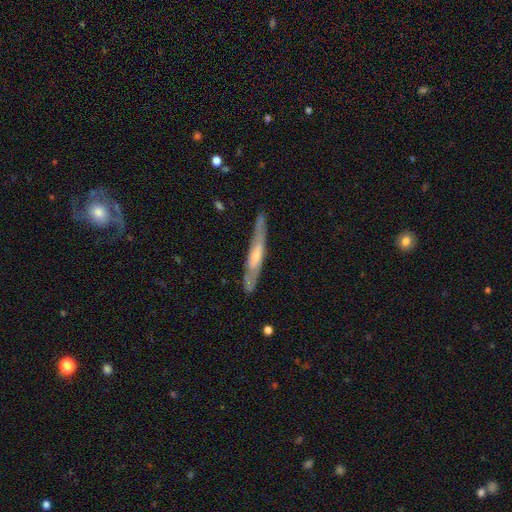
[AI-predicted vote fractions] Q: Smooth or featured?
A: featured or disk (71%); runner-up: smooth (22%)
Q: Edge-on disk?
A: yes (88%); runner-up: no (12%)
Q: Edge-on bulge?
A: rounded (65%); runner-up: none (26%)
Q: Merging?
A: none (79%); runner-up: minor disturbance (15%)